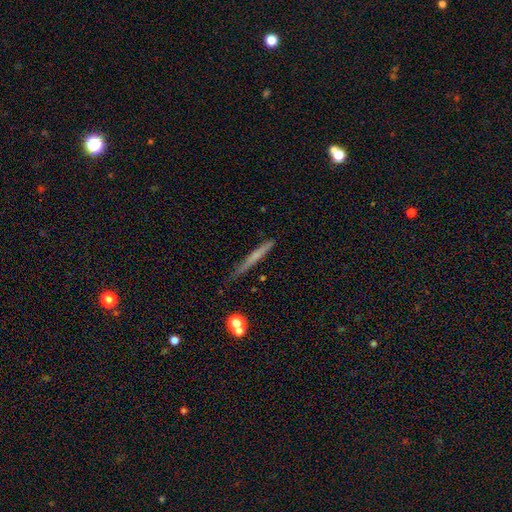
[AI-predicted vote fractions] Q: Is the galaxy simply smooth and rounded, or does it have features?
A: smooth — 53%.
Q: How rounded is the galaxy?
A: cigar-shaped — 95%.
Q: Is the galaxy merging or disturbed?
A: none — 80%.